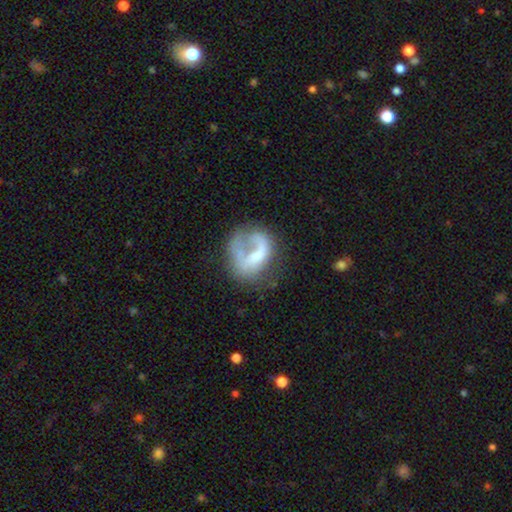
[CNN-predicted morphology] smooth_or_featured: featured or disk (p=0.55) [alt: smooth p=0.36]
disk_edge_on: no (p=0.98) [alt: yes p=0.02]
bar: no (p=0.63) [alt: weak p=0.28]
has_spiral_arms: no (p=0.54) [alt: yes p=0.46]
bulge_size: none (p=0.33) [alt: moderate p=0.32]
merging: major disturbance (p=0.41) [alt: none p=0.33]